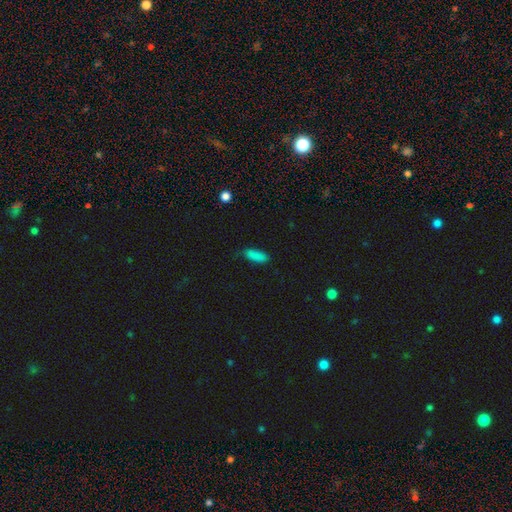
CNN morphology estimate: This is clearly a smooth galaxy (86%). How rounded: likely in between (64%). Merging: likely none (74%).